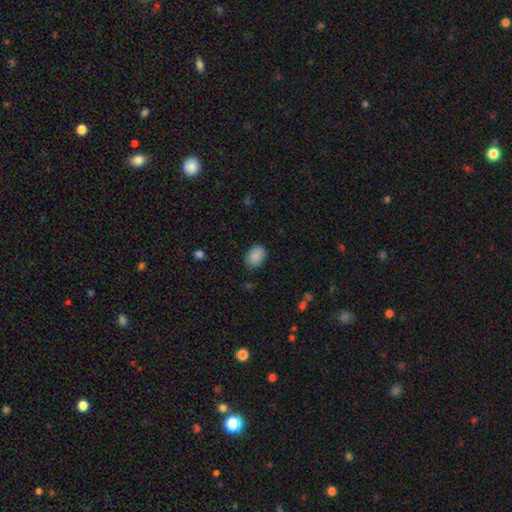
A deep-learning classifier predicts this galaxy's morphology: This is clearly a smooth galaxy (88%). How rounded: likely in between (75%). Merging: clearly none (83%).